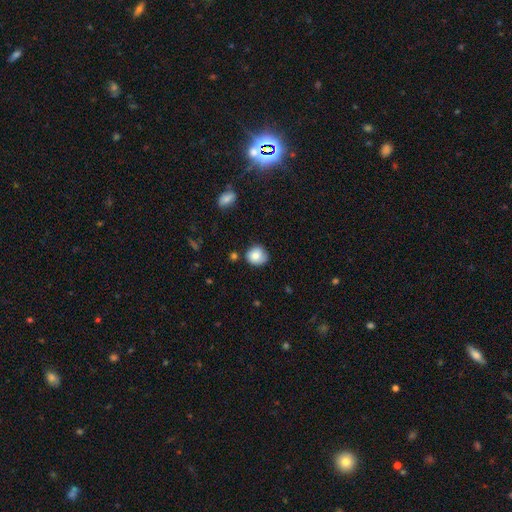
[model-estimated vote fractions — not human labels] smooth-or-featured: smooth: 80% | featured or disk: 12% | star or artifact: 9%
  how-rounded: round: 86% | in between: 13% | cigar-shaped: 1%
  merging: none: 69% | minor disturbance: 23% | major disturbance: 5% | merger: 4%